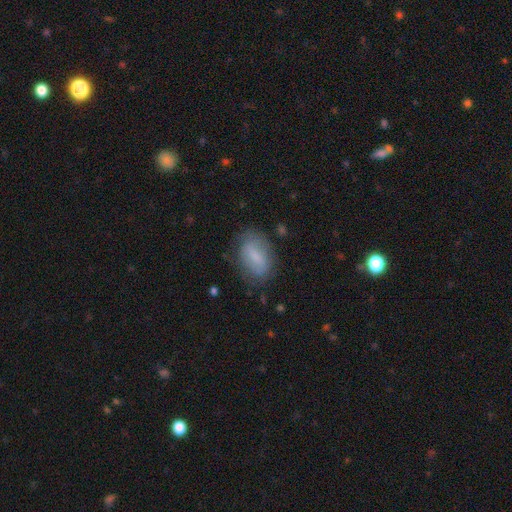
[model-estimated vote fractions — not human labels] smooth 70%, featured or disk 22%, star or artifact 8%. Down the decision tree: how rounded — in between (88%); merging — none (74%).